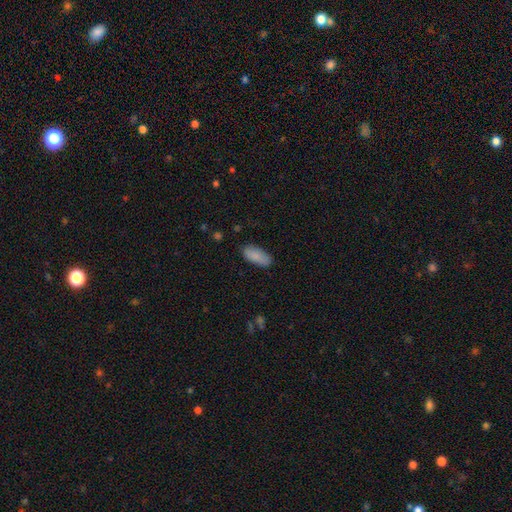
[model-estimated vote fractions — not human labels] smooth 87%, featured or disk 6%, star or artifact 6%. Down the decision tree: how rounded — in between (86%); merging — none (83%).